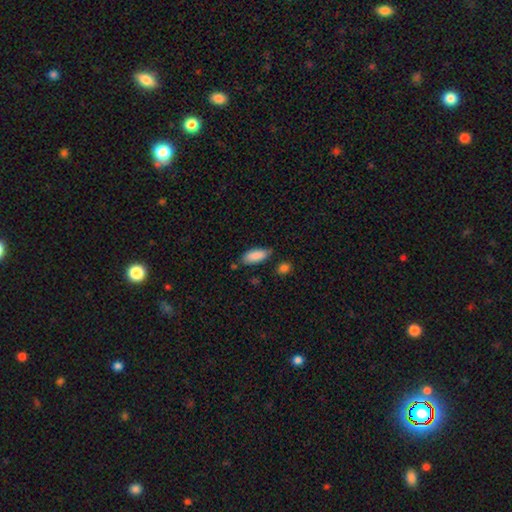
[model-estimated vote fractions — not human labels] This appears to be a smooth galaxy with no disk features (88%) that is in between round and cigar-shaped (83%). Merging: none (69%).